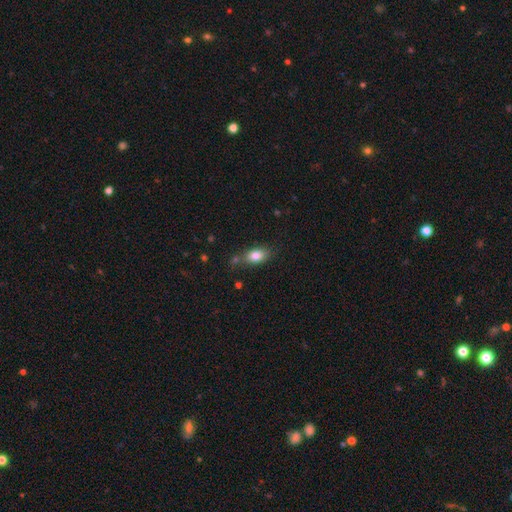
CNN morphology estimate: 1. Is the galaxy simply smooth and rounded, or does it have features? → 81% smooth, 10% featured or disk, 8% star or artifact.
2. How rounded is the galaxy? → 85% in between, 10% round, 5% cigar-shaped.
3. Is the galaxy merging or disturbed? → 69% none, 18% minor disturbance, 9% merger, 5% major disturbance.